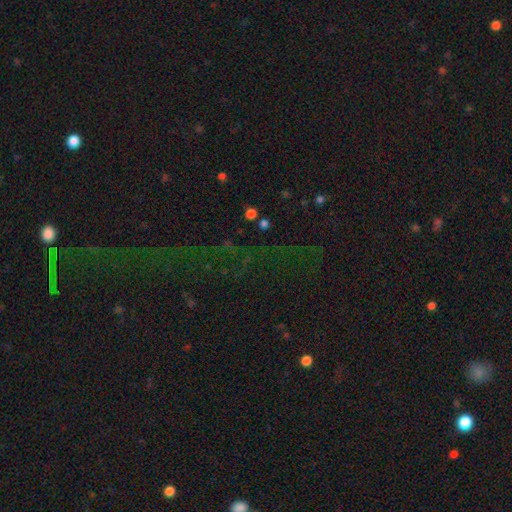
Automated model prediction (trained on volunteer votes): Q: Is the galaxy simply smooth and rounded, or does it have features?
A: star or artifact — 75%.